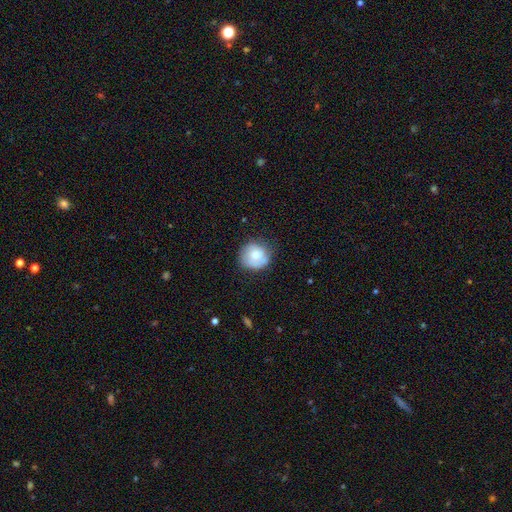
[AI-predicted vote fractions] Overall: smooth (70%). How rounded: round (88%). Merging: none (68%).